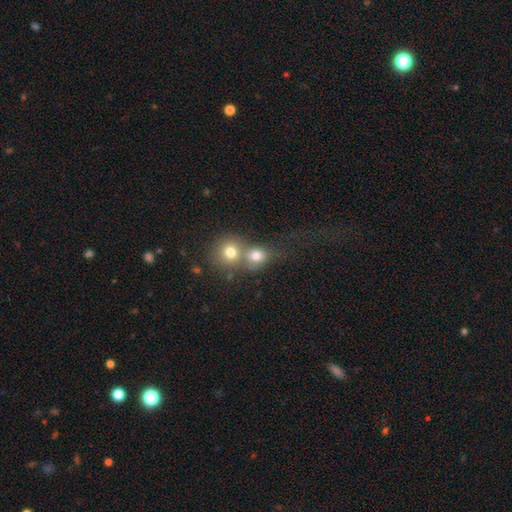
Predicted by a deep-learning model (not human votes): This is likely a smooth galaxy (68%). How rounded: clearly round (81%). Merging: possibly merger (59%).